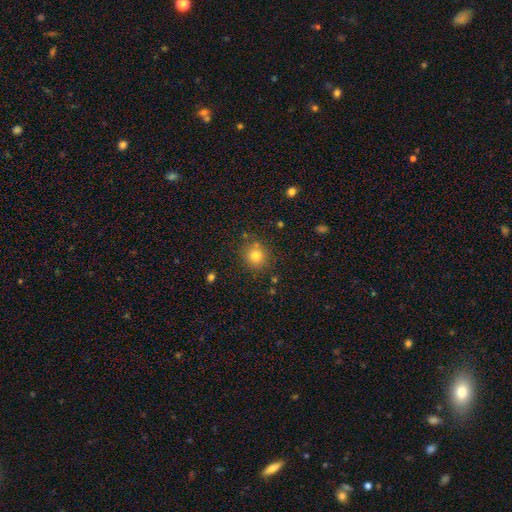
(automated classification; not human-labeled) Smooth or featured? Predicted: smooth (p=0.79). How rounded? Predicted: round (p=0.88). Merging? Predicted: none (p=0.82).